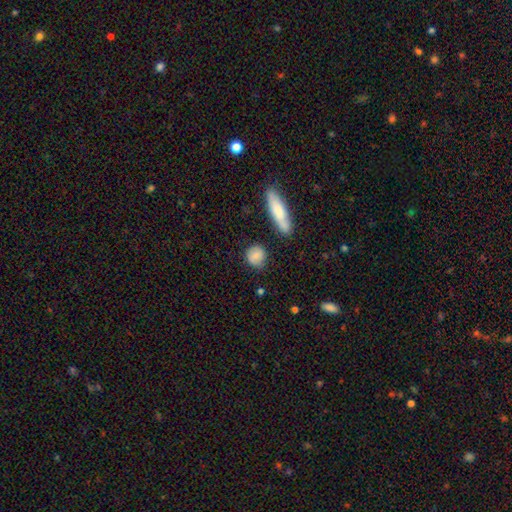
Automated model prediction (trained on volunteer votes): Smooth or featured? Predicted: smooth (p=0.80). How rounded? Predicted: round (p=0.74). Merging? Predicted: none (p=0.78).